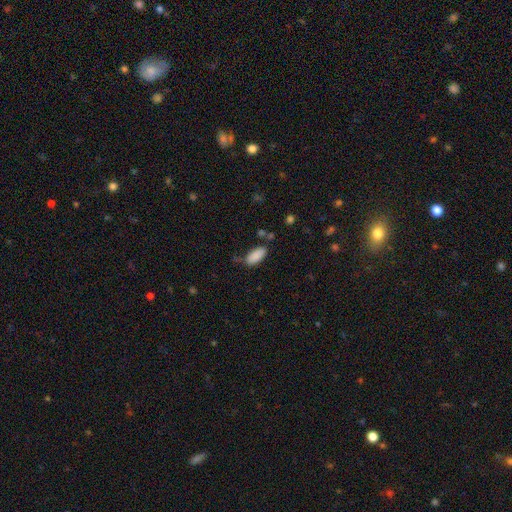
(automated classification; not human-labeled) Smooth or featured? smooth (88%)
How rounded? in between (90%)
Merging? none (65%)